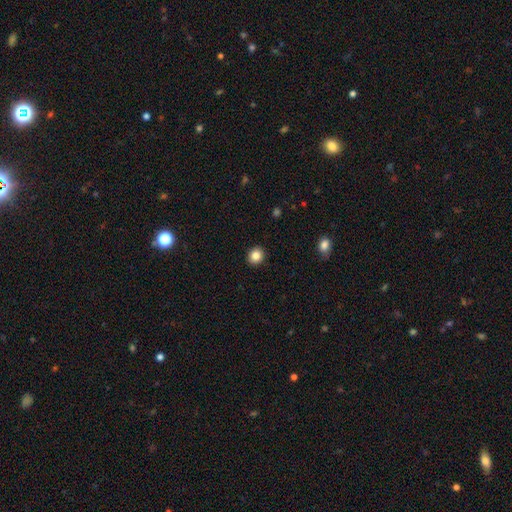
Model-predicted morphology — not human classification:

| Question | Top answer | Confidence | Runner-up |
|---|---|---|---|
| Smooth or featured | smooth | 84% | star or artifact (10%) |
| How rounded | round | 76% | in between (24%) |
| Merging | none | 92% | minor disturbance (6%) |